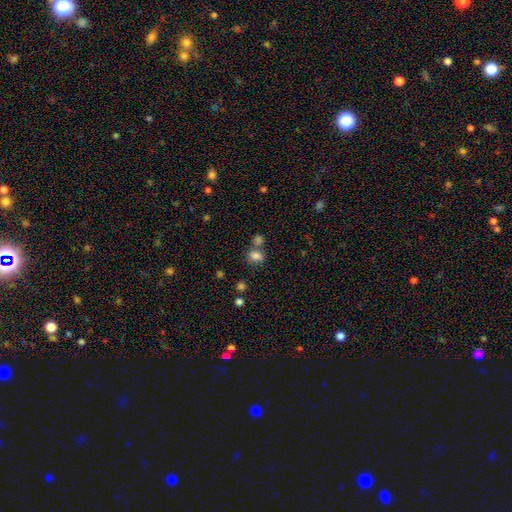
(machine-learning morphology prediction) Overall: smooth (78%). How rounded: in between (63%; round 35%). Merging: none (50%; merger 32%).